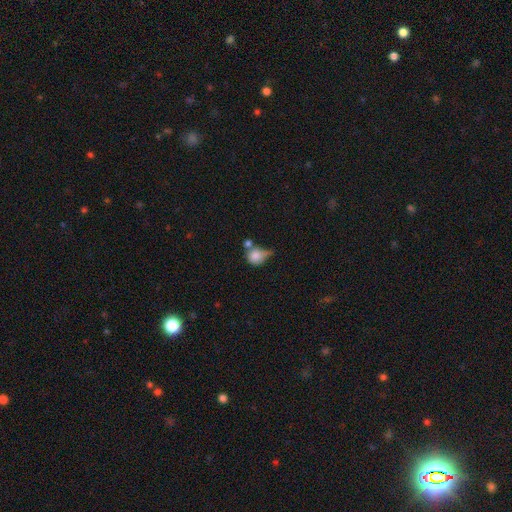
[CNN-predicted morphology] type=smooth (79%); roundness=round (75%); merging=none (30%).